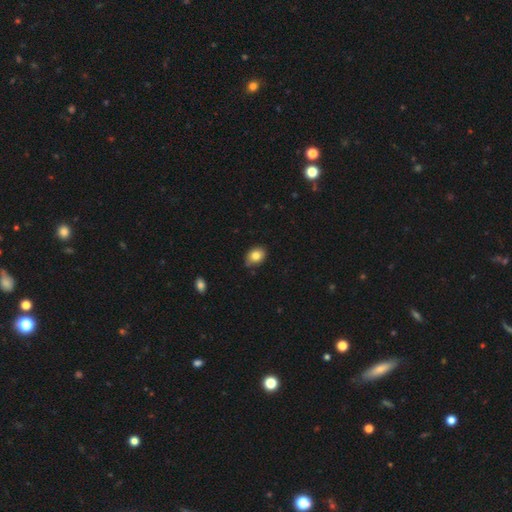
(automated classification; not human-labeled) Smooth or featured? Predicted: smooth (p=0.82). How rounded? Predicted: in between (p=0.63). Merging? Predicted: none (p=0.74).